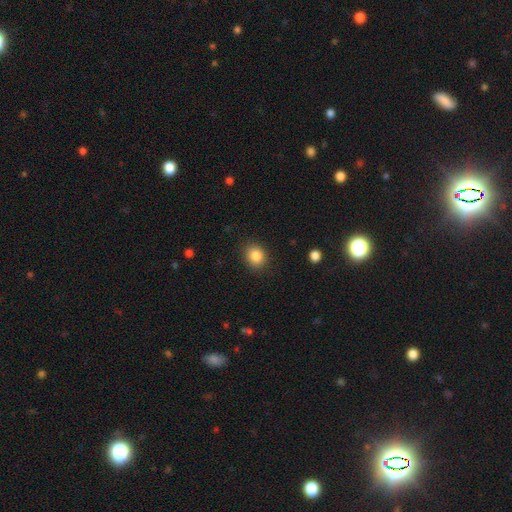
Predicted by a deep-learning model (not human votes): This is clearly a smooth galaxy (85%). How rounded: likely round (67%). Merging: clearly none (88%).